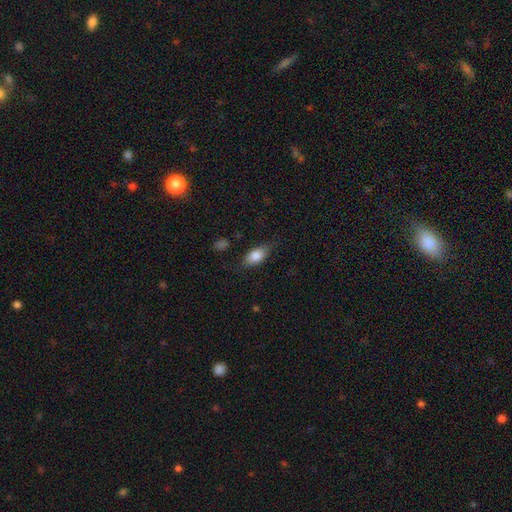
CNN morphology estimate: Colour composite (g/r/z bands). It shows a smooth galaxy with no disk features (80%) that is in between round and cigar-shaped (86%). Merging: none (74%).